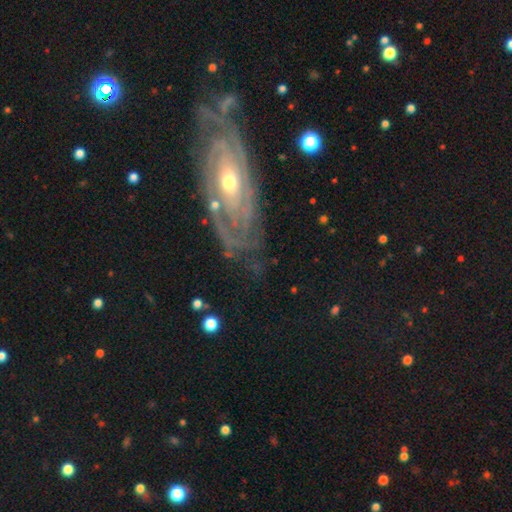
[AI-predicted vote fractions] featured or disk 84%, star or artifact 8%, smooth 7%. Down the decision tree: edge-on disk — no (88%); bar — no (58%); spiral arms — yes (93%); spiral arm count — can't tell (47%); spiral winding — tight (79%); bulge size — moderate (52%); merging — none (78%).